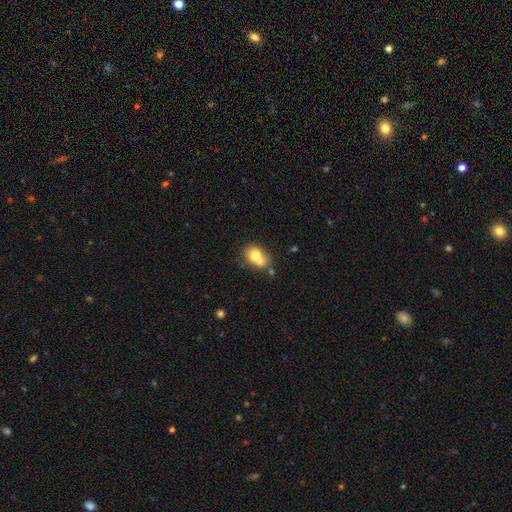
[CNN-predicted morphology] Smooth or featured? Predicted: smooth (p=0.71). How rounded? Predicted: round (p=0.54). Merging? Predicted: merger (p=0.46).